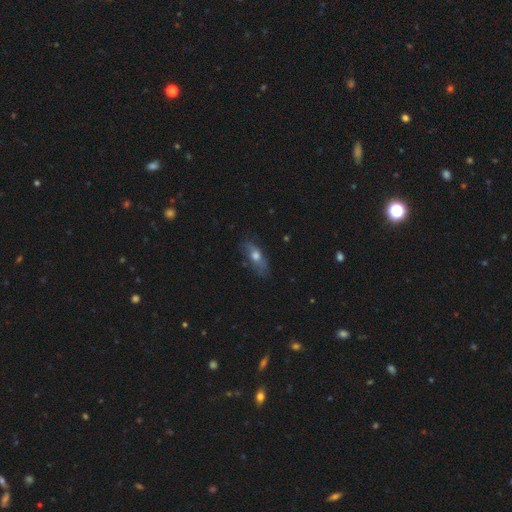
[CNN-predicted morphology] Smooth or featured: smooth — 50% (featured or disk — 41%)
Merging: none — 62% (minor disturbance — 26%)